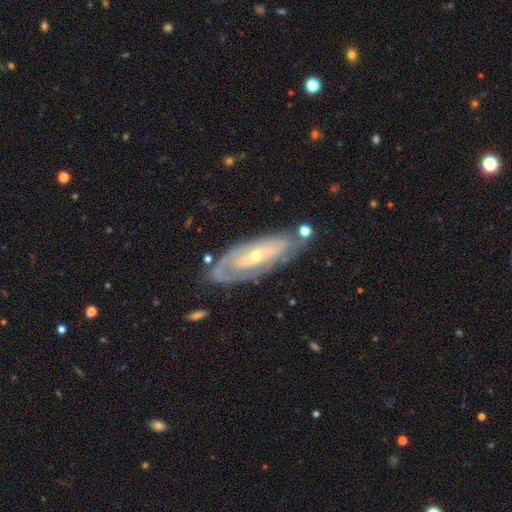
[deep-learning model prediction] Smooth or featured?
  - featured or disk: 81% *
  - smooth: 14%
  - star or artifact: 5%
Edge-on disk?
  - no: 86% *
  - yes: 14%
Bar?
  - no: 60% *
  - weak: 28%
  - strong: 12%
Spiral arms?
  - yes: 82% *
  - no: 18%
Spiral winding?
  - tight: 69% *
  - medium: 24%
  - loose: 8%
Spiral arm count?
  - can't tell: 46% *
  - 2: 32%
  - 1: 10%
  - 3: 7%
  - 4: 3%
  - more than 4: 2%
Bulge size?
  - small: 61% *
  - moderate: 35%
  - large: 2%
  - none: 1%
  - dominant: 1%
Merging?
  - none: 70% *
  - minor disturbance: 19%
  - major disturbance: 8%
  - merger: 3%